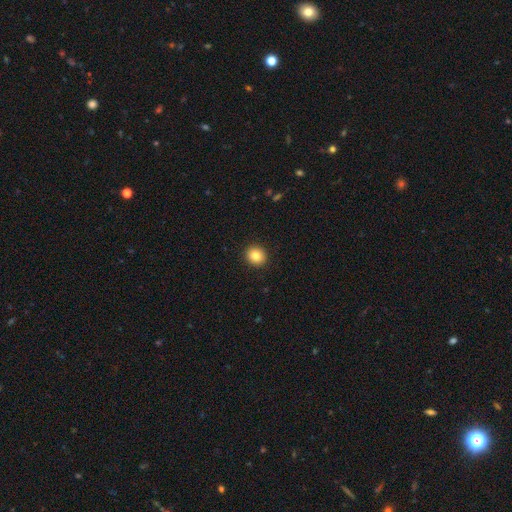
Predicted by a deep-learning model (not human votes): A smooth galaxy with no disk features (84%) that is round (84%). Merging: none (92%).